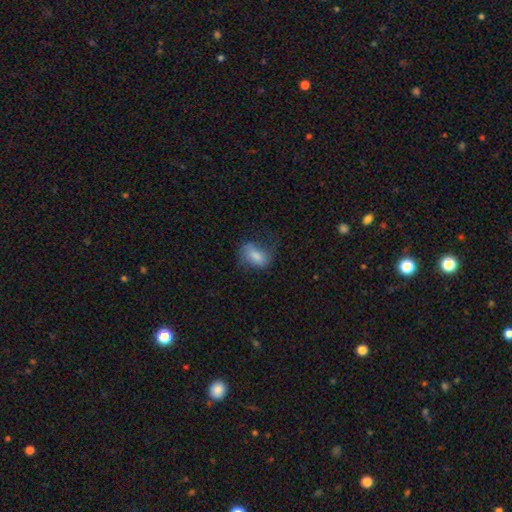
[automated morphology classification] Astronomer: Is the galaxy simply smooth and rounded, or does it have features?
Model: smooth — 69%.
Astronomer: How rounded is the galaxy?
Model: in between — 86%.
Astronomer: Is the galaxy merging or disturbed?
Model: none — 45% (runner-up: minor disturbance, 28%).